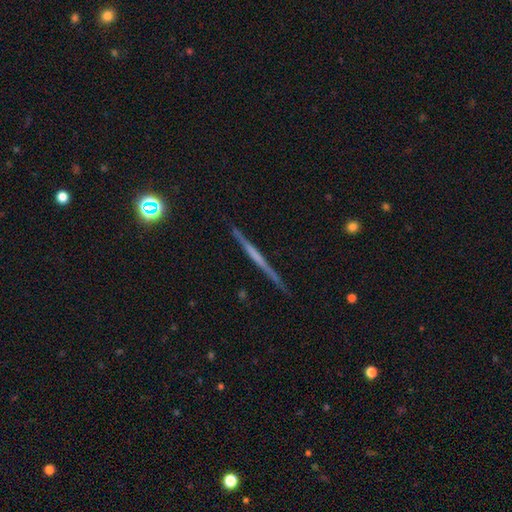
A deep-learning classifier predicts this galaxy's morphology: smooth-or-featured: featured or disk: 65% | smooth: 28% | star or artifact: 7%
  disk-edge-on: yes: 98% | no: 2%
    edge-on-bulge: none: 84% | rounded: 10% | boxy: 6%
  merging: none: 90% | minor disturbance: 7% | major disturbance: 1% | merger: 1%